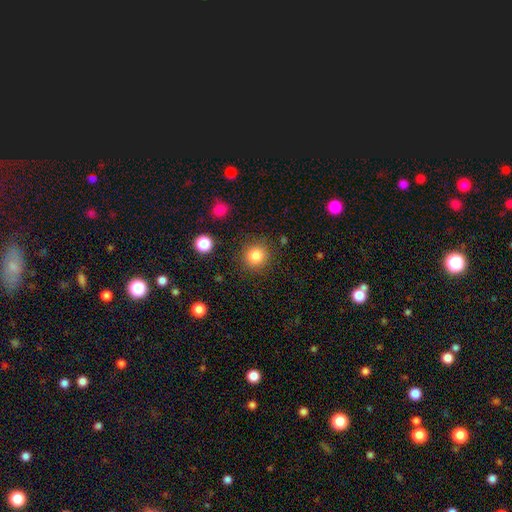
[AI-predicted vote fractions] Morphology: type=smooth (84%); roundness=round (92%); merging=none (88%).